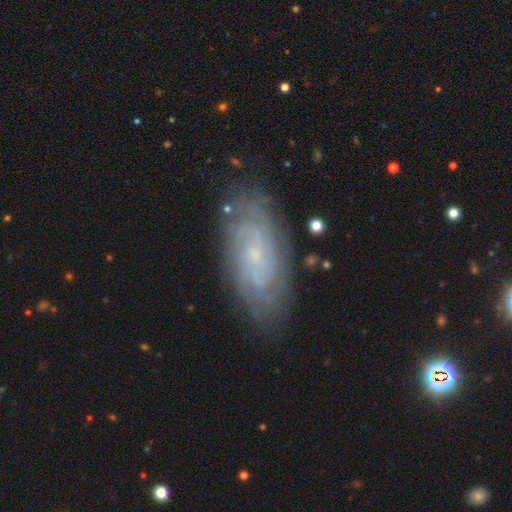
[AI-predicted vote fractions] smooth_or_featured: featured or disk (p=0.80) [alt: smooth p=0.12]
disk_edge_on: no (p=0.93) [alt: yes p=0.07]
bar: no (p=0.71) [alt: weak p=0.25]
has_spiral_arms: yes (p=0.95) [alt: no p=0.05]
spiral_winding: tight (p=0.72) [alt: medium p=0.22]
spiral_arm_count: can't tell (p=0.43) [alt: 2 p=0.17]
bulge_size: small (p=0.81) [alt: moderate p=0.12]
merging: none (p=0.82) [alt: minor disturbance p=0.13]